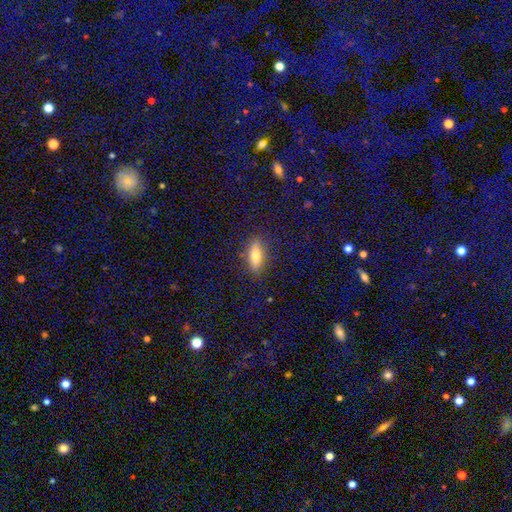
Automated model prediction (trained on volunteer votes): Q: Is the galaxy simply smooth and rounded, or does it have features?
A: smooth — 74%.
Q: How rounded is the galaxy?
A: in between — 67%.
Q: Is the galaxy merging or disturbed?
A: none — 86%.